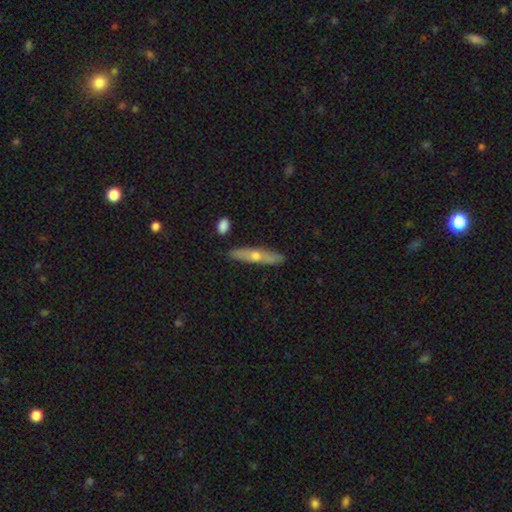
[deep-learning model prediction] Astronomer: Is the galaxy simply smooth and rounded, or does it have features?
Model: smooth — 48% (runner-up: featured or disk, 46%).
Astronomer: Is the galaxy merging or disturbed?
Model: none — 87%.